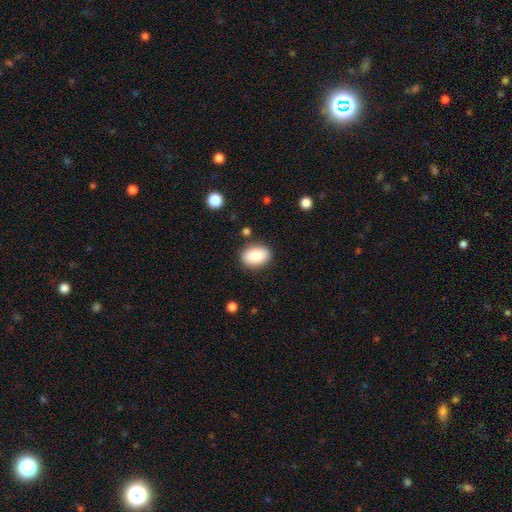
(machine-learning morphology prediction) This appears to be a smooth galaxy with no disk features (87%) that is in between round and cigar-shaped (84%). Merging: none (85%).